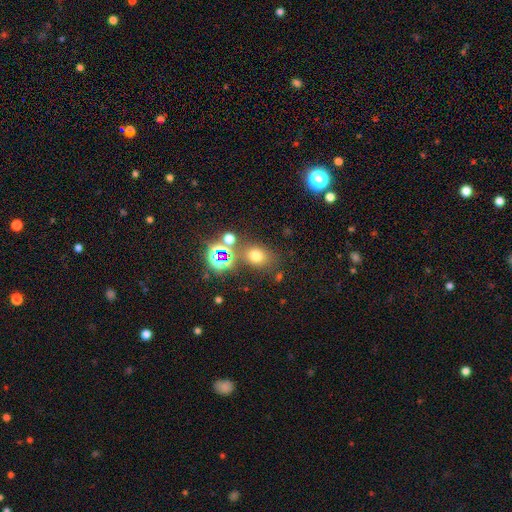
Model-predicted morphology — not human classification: Smooth or featured? Predicted: smooth (p=0.64). How rounded? Predicted: round (p=0.55). Merging? Predicted: none (p=0.69).